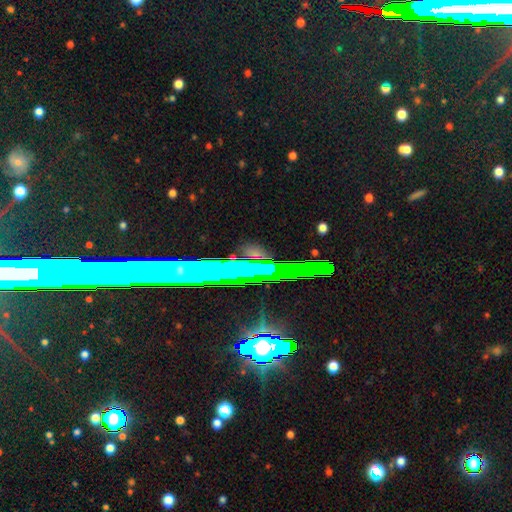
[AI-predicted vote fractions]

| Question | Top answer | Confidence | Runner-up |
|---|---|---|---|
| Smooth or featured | star or artifact | 61% | smooth (20%) |